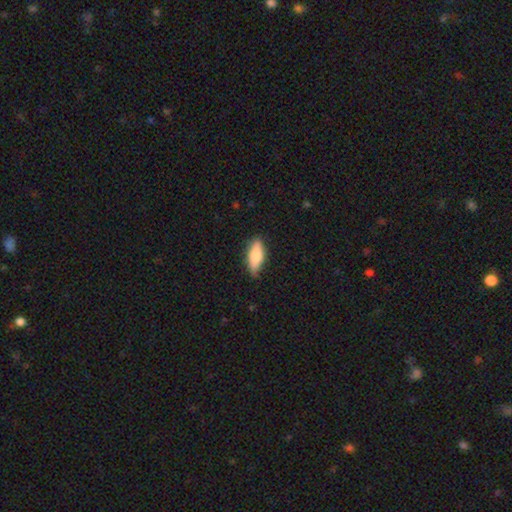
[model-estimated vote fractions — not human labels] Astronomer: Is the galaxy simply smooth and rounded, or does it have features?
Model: smooth — 77%.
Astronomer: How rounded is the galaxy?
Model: in between — 68%.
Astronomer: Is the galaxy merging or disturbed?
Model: none — 79%.